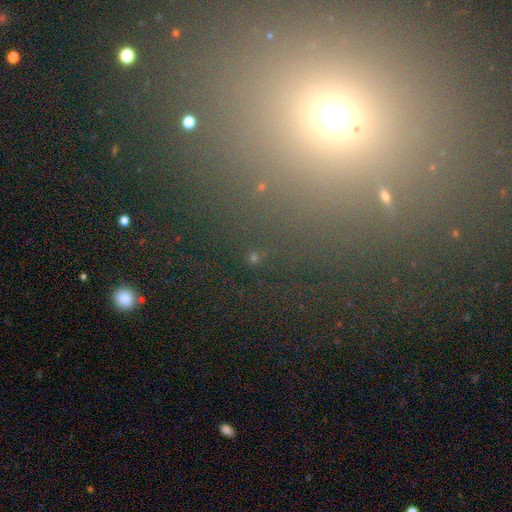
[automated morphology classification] Q: Smooth or featured?
A: star or artifact (52%); runner-up: smooth (37%)